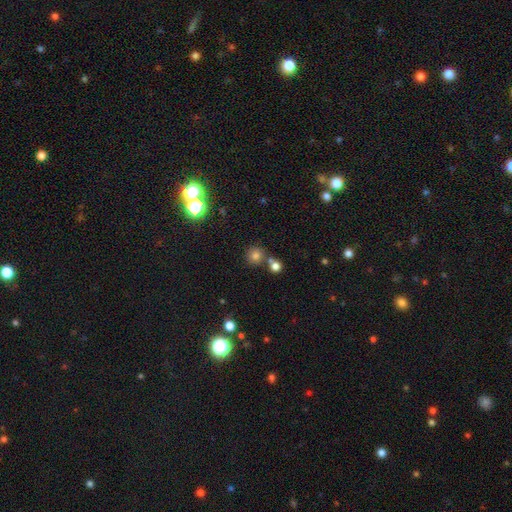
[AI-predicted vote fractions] Smooth or featured: smooth — 75% (star or artifact — 18%)
How rounded: round — 91% (in between — 8%)
Merging: none — 69% (merger — 20%)